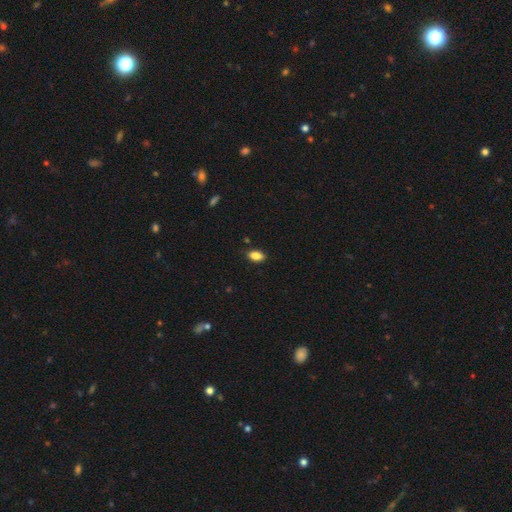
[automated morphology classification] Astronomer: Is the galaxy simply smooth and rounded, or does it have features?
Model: smooth — 84%.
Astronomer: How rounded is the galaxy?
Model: in between — 90%.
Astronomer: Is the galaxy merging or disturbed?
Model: none — 85%.